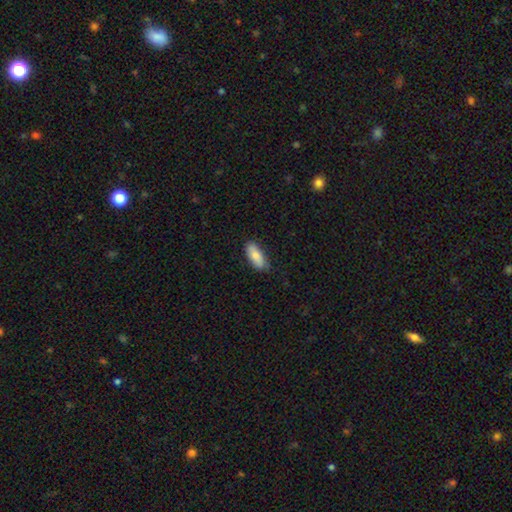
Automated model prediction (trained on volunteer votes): The model was most divided on "how rounded": in between: 79%, cigar-shaped: 19%, round: 2%. More confident: merging — none (82%); smooth or featured — smooth (80%).